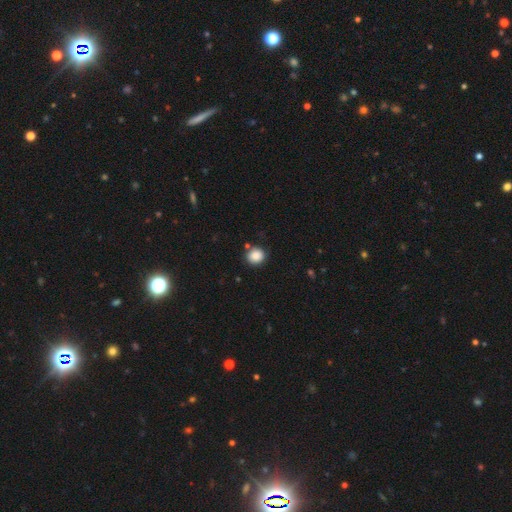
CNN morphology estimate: Smooth or featured? smooth (87%)
How rounded? round (79%)
Merging? none (82%)